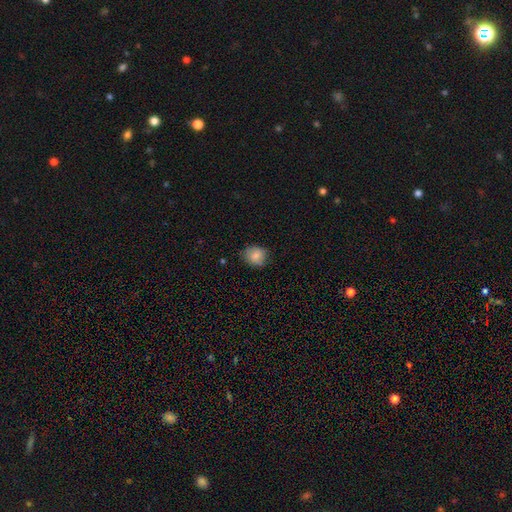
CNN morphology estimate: A smooth galaxy with no disk features (83%) that is round (73%). Merging: none (76%).